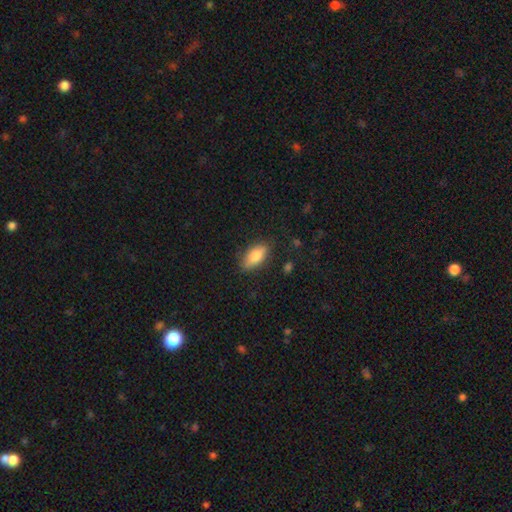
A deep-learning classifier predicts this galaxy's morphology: This appears to be a smooth galaxy with no disk features (82%) that is in between round and cigar-shaped (87%). Merging: none (80%).